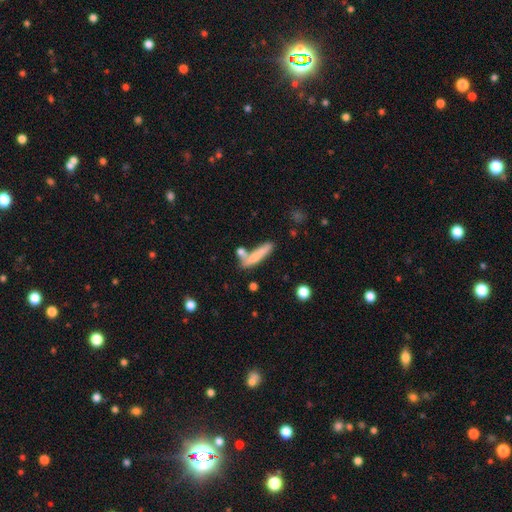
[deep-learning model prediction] Smooth or featured? Predicted: smooth (p=0.70). How rounded? Predicted: cigar-shaped (p=0.84). Merging? Predicted: none (p=0.56).